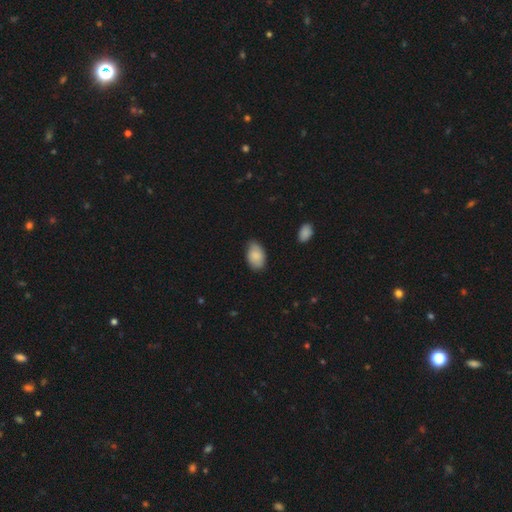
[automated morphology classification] Smooth or featured?
  - smooth: 85% *
  - featured or disk: 8%
  - star or artifact: 6%
How rounded?
  - in between: 92% *
  - round: 7%
  - cigar-shaped: 1%
Merging?
  - none: 71% *
  - minor disturbance: 24%
  - major disturbance: 3%
  - merger: 1%